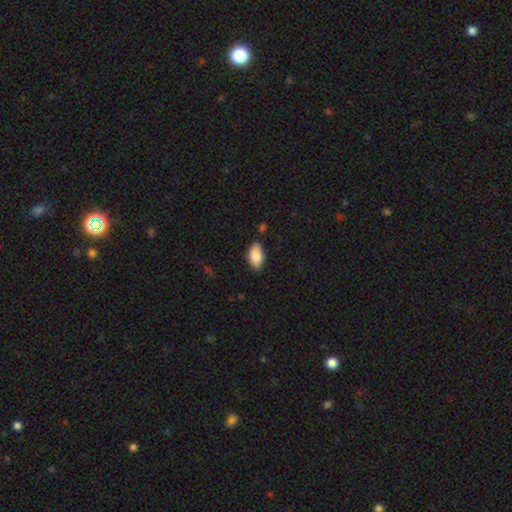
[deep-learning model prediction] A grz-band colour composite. It shows a smooth galaxy with no disk features (88%) that is in between round and cigar-shaped (94%). Merging: none (80%).